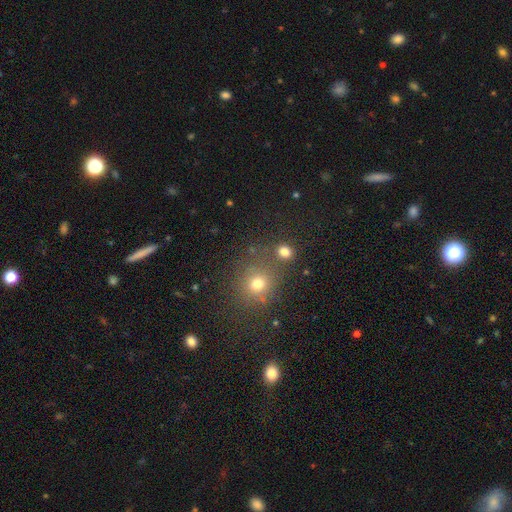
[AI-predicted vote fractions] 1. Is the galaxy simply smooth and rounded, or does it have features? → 59% smooth, 30% star or artifact, 10% featured or disk.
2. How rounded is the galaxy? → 86% round, 13% in between, 1% cigar-shaped.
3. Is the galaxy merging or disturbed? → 76% none, 11% merger, 9% minor disturbance, 4% major disturbance.